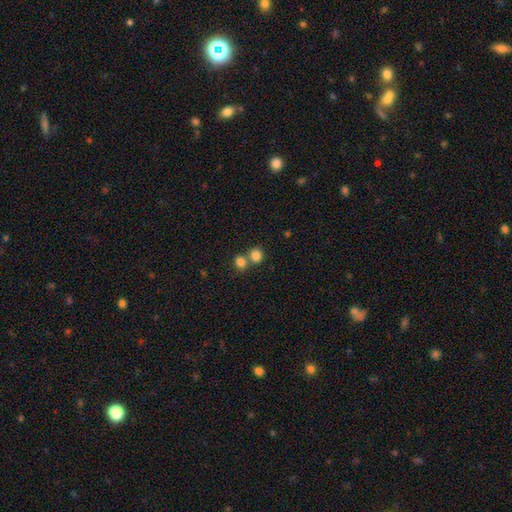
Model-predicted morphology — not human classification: Overall: smooth (83%). How rounded: round (86%). Merging: none (50%; merger 41%).